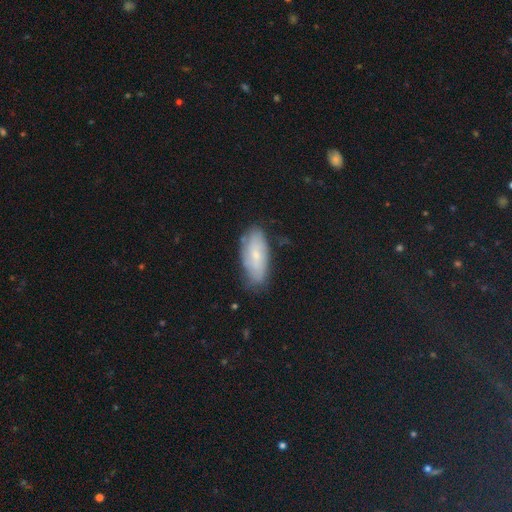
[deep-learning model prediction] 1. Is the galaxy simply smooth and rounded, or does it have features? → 48% smooth, 44% featured or disk, 8% star or artifact.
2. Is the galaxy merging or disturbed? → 74% none, 20% minor disturbance, 4% major disturbance, 2% merger.